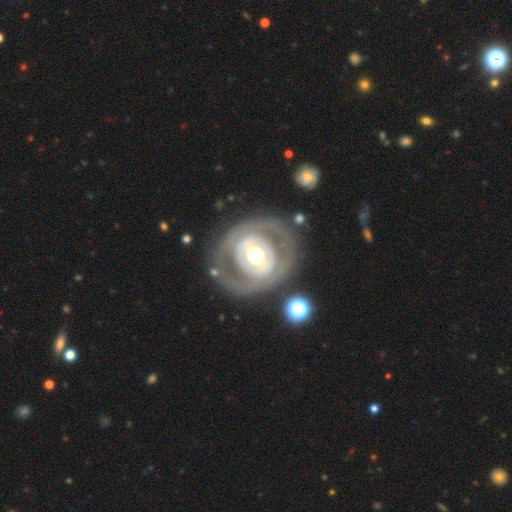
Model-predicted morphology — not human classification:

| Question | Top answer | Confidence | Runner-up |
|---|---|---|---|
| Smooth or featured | featured or disk | 74% | smooth (21%) |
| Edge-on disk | no | 96% | yes (4%) |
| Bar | no | 40% | weak (31%) |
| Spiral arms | no | 64% | yes (36%) |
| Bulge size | moderate | 68% | large (19%) |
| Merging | none | 74% | minor disturbance (13%) |